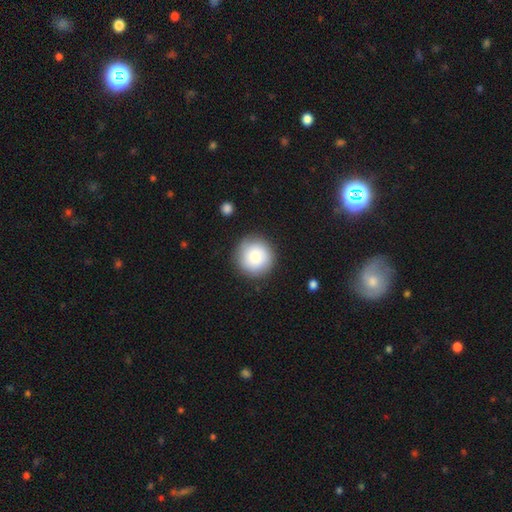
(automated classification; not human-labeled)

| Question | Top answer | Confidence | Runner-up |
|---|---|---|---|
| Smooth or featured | smooth | 80% | featured or disk (13%) |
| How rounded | round | 95% | in between (4%) |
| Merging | none | 87% | minor disturbance (9%) |